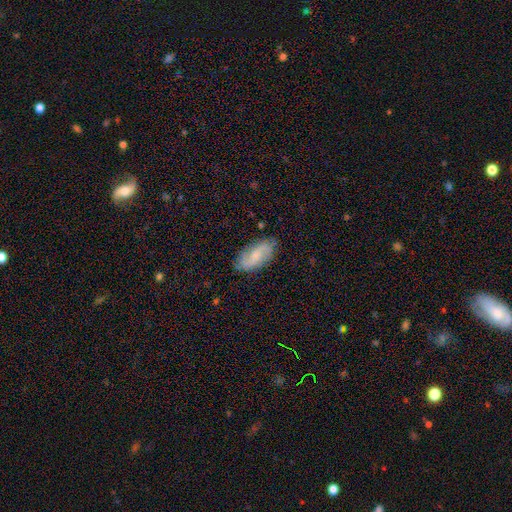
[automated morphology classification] The model was most divided on "smooth or featured": featured or disk: 53%, smooth: 40%, star or artifact: 7%. More confident: edge-on disk — no (93%); merging — none (80%).